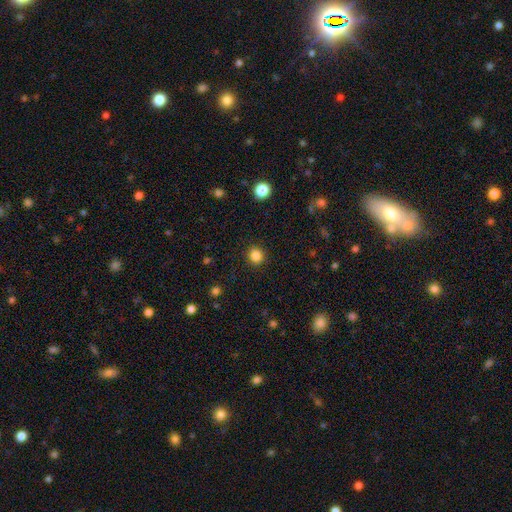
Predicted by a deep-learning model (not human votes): Smooth or featured? smooth (85%)
How rounded? round (88%)
Merging? none (91%)